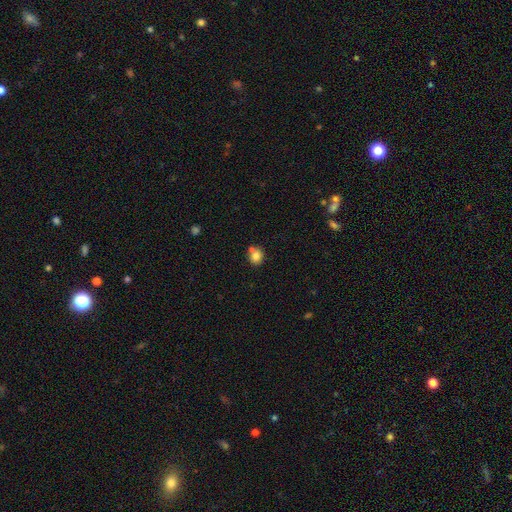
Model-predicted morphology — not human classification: Smooth or featured? smooth (80%)
How rounded? round (69%)
Merging? none (59%)